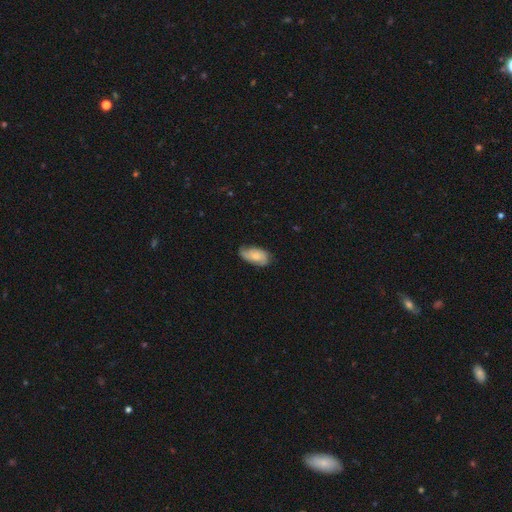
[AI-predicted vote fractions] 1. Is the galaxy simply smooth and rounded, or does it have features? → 52% smooth, 41% featured or disk, 7% star or artifact.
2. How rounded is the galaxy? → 91% in between, 5% cigar-shaped, 4% round.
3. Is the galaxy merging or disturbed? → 57% none, 32% minor disturbance, 10% major disturbance, 1% merger.